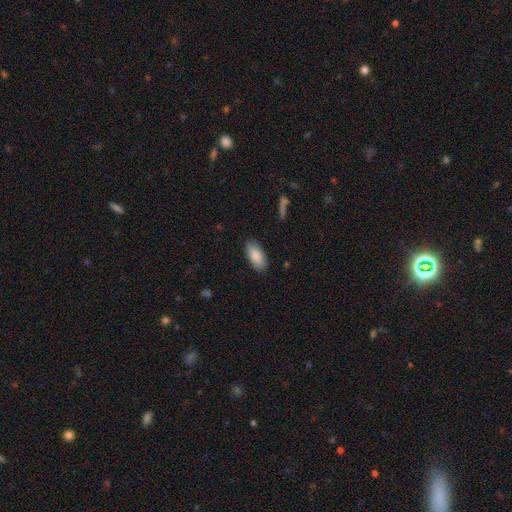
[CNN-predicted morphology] Smooth or featured: smooth — 86% (featured or disk — 8%)
How rounded: in between — 89% (cigar-shaped — 9%)
Merging: none — 86% (minor disturbance — 11%)